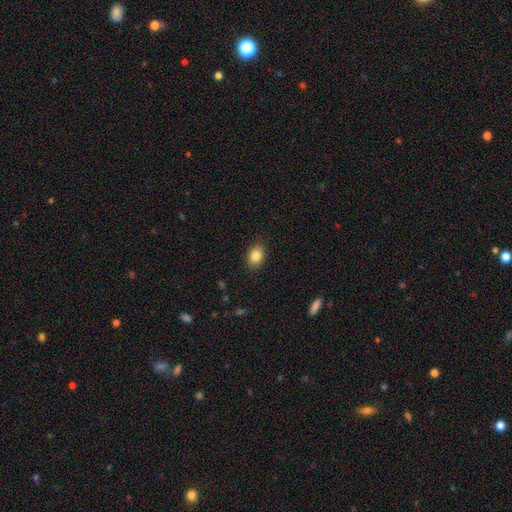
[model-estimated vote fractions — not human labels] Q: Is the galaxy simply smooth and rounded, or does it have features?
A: smooth — 85%.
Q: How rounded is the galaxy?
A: in between — 76%.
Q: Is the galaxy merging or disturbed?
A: none — 88%.